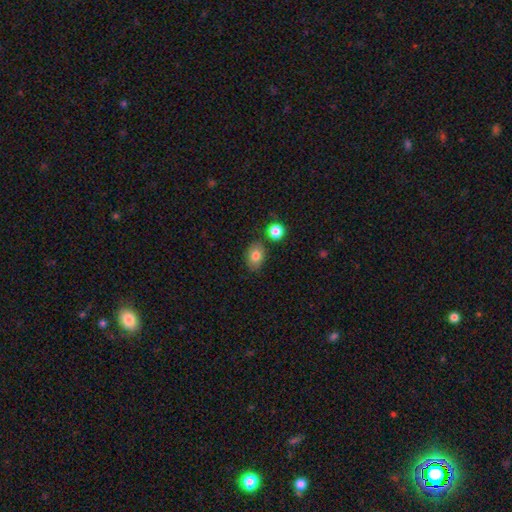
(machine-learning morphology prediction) smooth-or-featured: smooth: 81% | featured or disk: 10% | star or artifact: 10%
  how-rounded: in between: 64% | round: 34% | cigar-shaped: 1%
  merging: none: 76% | minor disturbance: 14% | merger: 7% | major disturbance: 3%